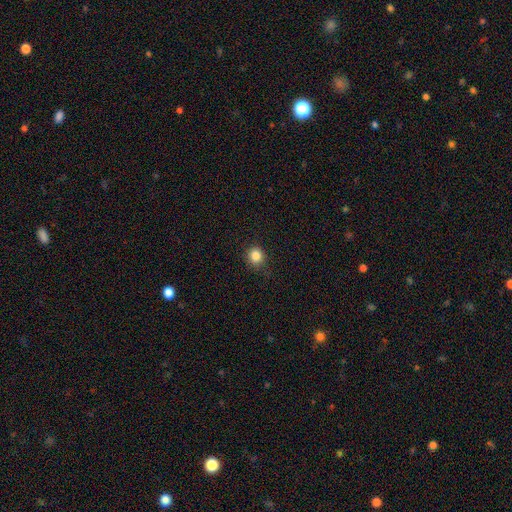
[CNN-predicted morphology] Q: Smooth or featured?
A: smooth (84%); runner-up: star or artifact (11%)
Q: How rounded?
A: round (87%); runner-up: in between (12%)
Q: Merging?
A: none (85%); runner-up: minor disturbance (12%)